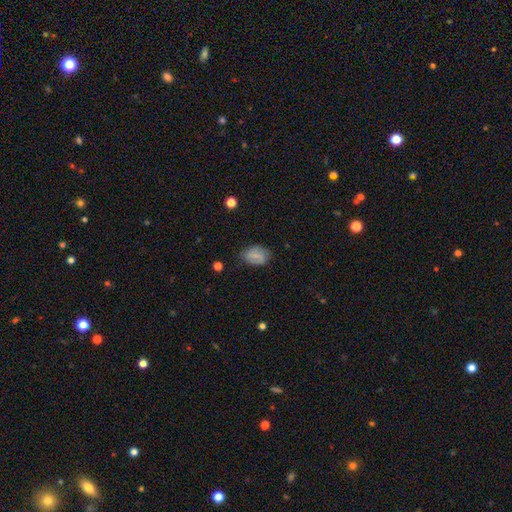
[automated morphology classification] The model was most divided on "smooth or featured": smooth: 71%, featured or disk: 21%, star or artifact: 8%. More confident: how rounded — in between (83%); merging — none (75%).